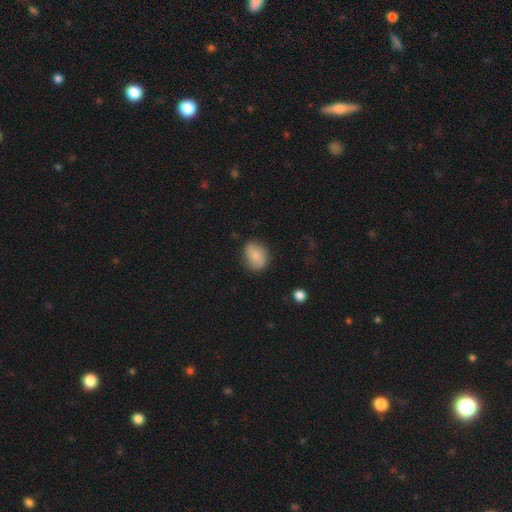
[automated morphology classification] Overall: smooth (76%). How rounded: in between (53%; round 46%). Merging: none (75%).